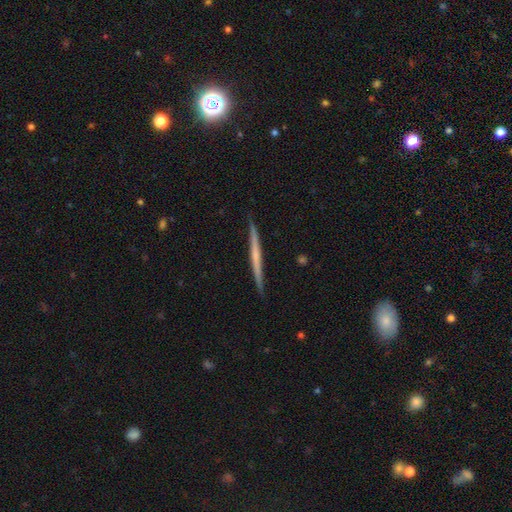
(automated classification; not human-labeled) smooth-or-featured: featured or disk: 59% | smooth: 36% | star or artifact: 5%
  disk-edge-on: yes: 98% | no: 2%
    edge-on-bulge: none: 78% | rounded: 16% | boxy: 5%
  merging: none: 91% | minor disturbance: 7% | major disturbance: 1% | merger: 1%